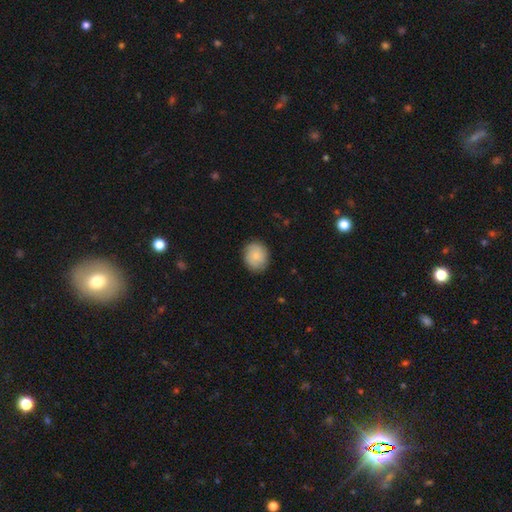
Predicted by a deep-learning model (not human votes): Smooth or featured: smooth — 72% (featured or disk — 21%)
How rounded: round — 71% (in between — 28%)
Merging: none — 84% (minor disturbance — 12%)